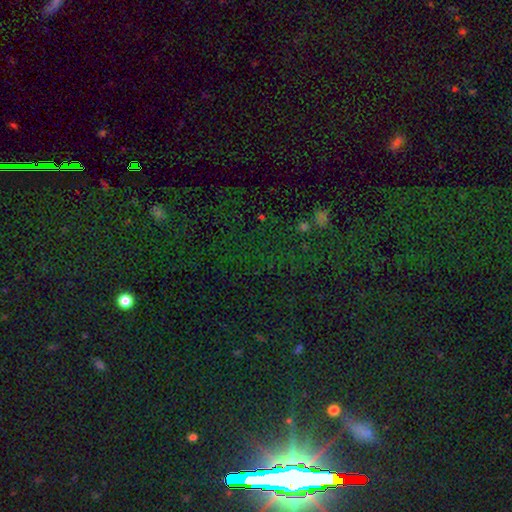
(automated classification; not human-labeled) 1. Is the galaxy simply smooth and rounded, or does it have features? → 79% star or artifact, 12% smooth, 9% featured or disk.